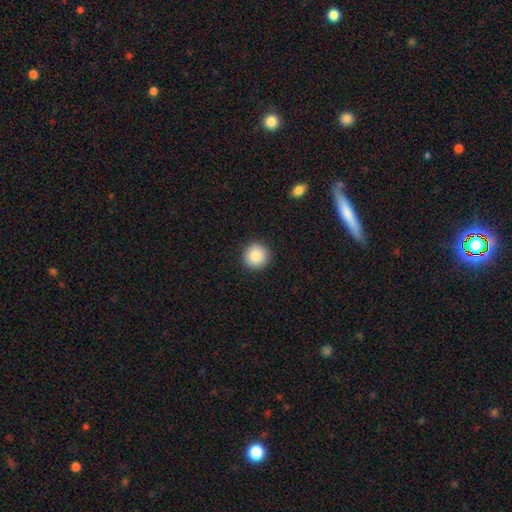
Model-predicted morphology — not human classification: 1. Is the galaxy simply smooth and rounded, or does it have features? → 86% smooth, 9% star or artifact, 5% featured or disk.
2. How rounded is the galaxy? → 95% round, 4% in between, 1% cigar-shaped.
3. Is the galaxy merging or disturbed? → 92% none, 5% minor disturbance, 2% major disturbance, 1% merger.